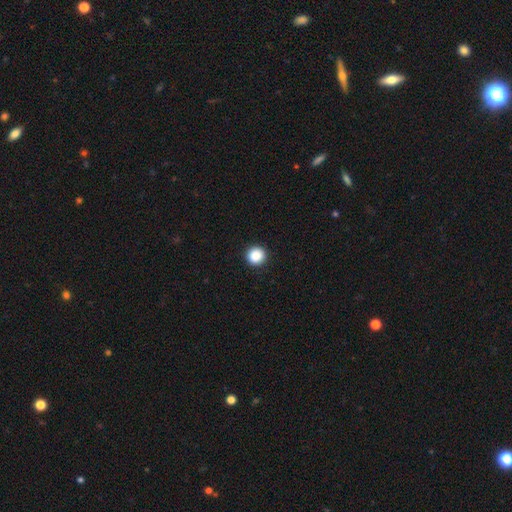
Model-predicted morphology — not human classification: Q: Smooth or featured?
A: smooth (88%); runner-up: star or artifact (9%)
Q: How rounded?
A: round (95%); runner-up: in between (4%)
Q: Merging?
A: none (93%); runner-up: minor disturbance (4%)